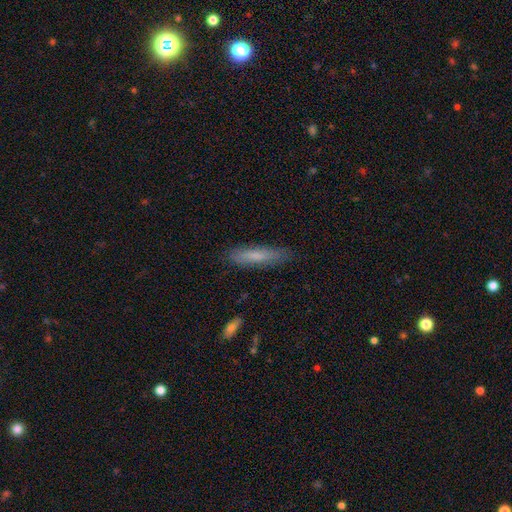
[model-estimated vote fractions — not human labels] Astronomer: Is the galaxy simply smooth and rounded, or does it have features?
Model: smooth — 71%.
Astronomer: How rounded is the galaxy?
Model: cigar-shaped — 83%.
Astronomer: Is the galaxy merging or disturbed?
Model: none — 83%.